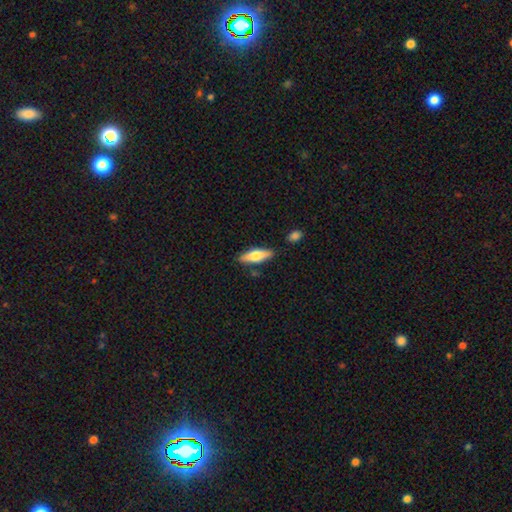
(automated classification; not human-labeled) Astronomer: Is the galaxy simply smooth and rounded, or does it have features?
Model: smooth — 60% (runner-up: featured or disk, 35%).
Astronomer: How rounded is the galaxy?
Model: cigar-shaped — 49%, tied with in between at 49%.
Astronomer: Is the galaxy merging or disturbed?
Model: none — 83%.